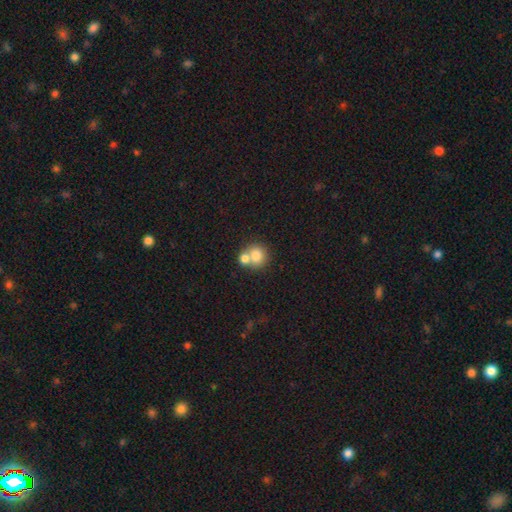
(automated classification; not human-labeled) This is likely a smooth galaxy (77%). How rounded: likely round (77%). Merging: possibly merger (50%).